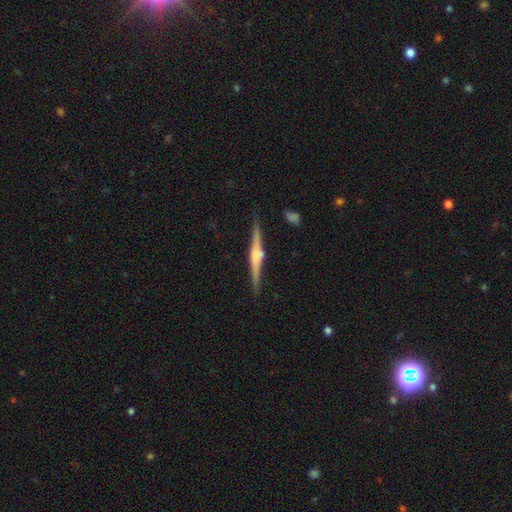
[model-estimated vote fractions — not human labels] Q: Smooth or featured?
A: featured or disk (73%); runner-up: smooth (21%)
Q: Edge-on disk?
A: yes (98%); runner-up: no (2%)
Q: Edge-on bulge?
A: rounded (70%); runner-up: boxy (21%)
Q: Merging?
A: none (86%); runner-up: minor disturbance (9%)